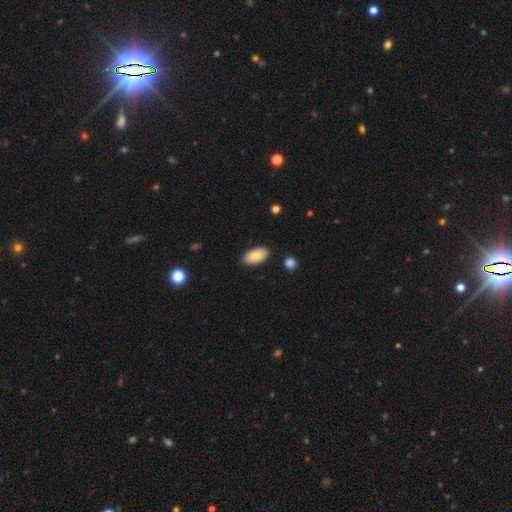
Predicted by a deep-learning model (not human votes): This appears to be a smooth galaxy with no disk features (87%) that is in between round and cigar-shaped (94%). Merging: none (88%).